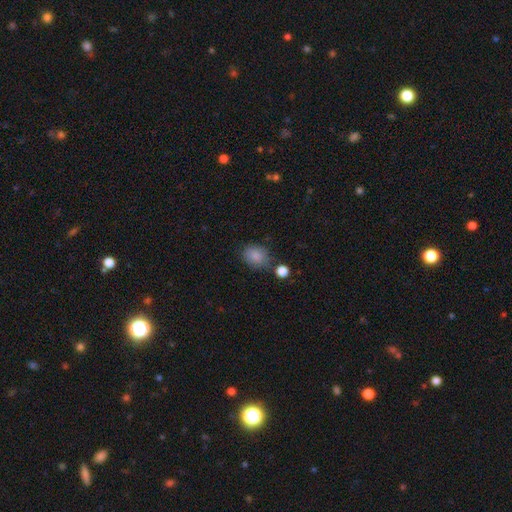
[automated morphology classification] Smooth or featured? Predicted: smooth (p=0.86). How rounded? Predicted: in between (p=0.55). Merging? Predicted: none (p=0.70).